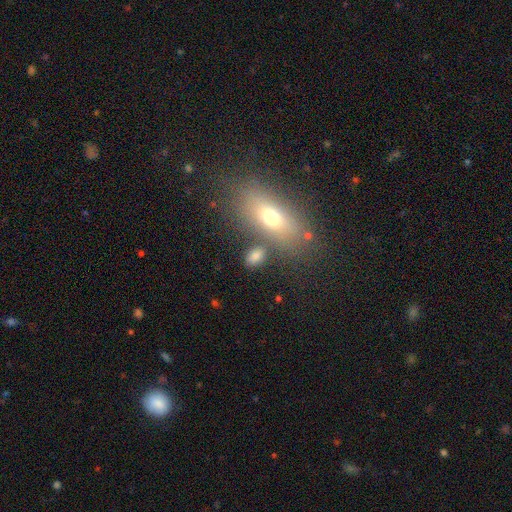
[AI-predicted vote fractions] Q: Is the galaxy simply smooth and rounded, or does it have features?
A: smooth — 75%.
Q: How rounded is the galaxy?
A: in between — 82%.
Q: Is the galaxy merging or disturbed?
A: none — 70%.